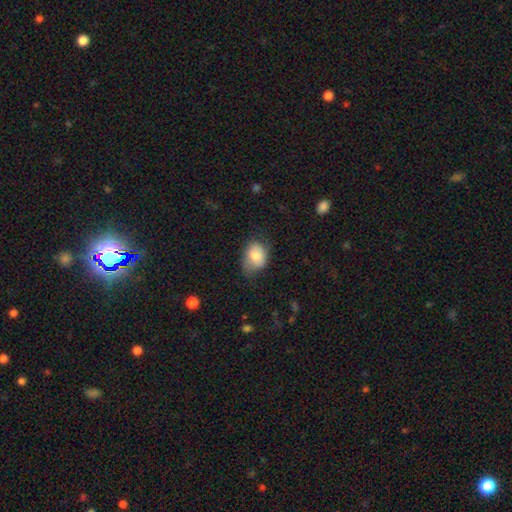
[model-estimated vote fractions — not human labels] Morphology: type=smooth (77%); roundness=in between (71%); merging=none (54%).